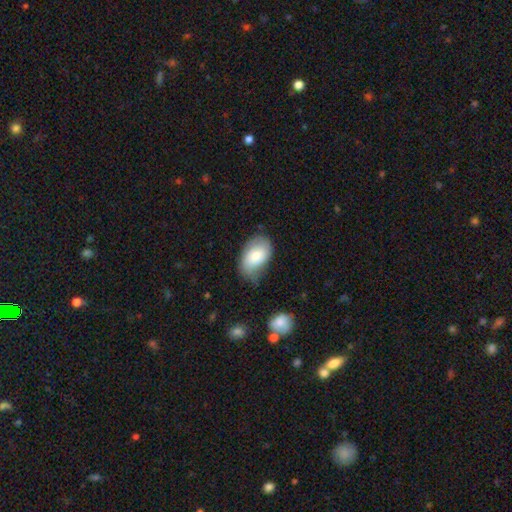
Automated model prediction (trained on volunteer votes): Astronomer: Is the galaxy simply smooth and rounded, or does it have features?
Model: smooth — 72%.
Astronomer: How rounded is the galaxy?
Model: in between — 90%.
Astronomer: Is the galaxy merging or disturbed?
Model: none — 54% (runner-up: minor disturbance, 33%).